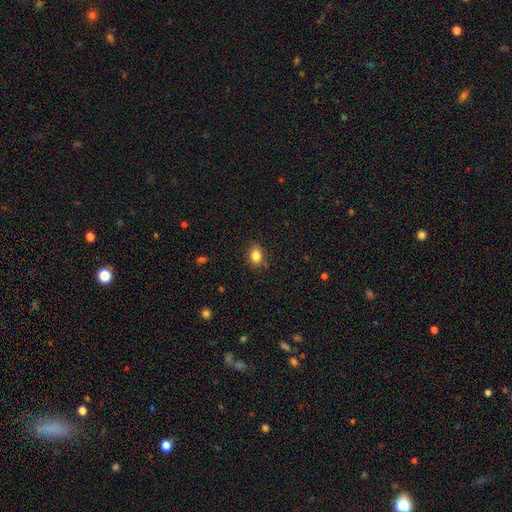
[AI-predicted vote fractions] smooth 84%, star or artifact 10%, featured or disk 6%. Down the decision tree: how rounded — in between (64%); merging — none (85%).